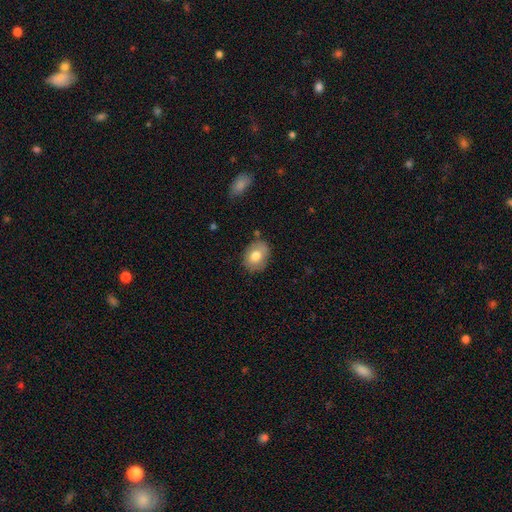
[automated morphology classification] Smooth or featured? smooth (77%)
How rounded? in between (61%)
Merging? none (79%)